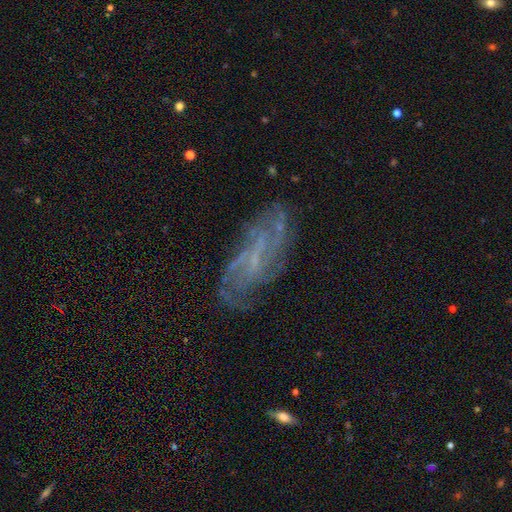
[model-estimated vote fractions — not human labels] A featured or disk galaxy (70%) with no bar (43%), medium (39%) spiral arms (85%) and no central bulge (45%).

Vote fractions:
- Smooth or featured? featured or disk: 70% / smooth: 16% / star or artifact: 14%
- Edge-on disk? no: 89% / yes: 11%
- Bar? no: 43% / weak: 41% / strong: 16%
- Spiral arms? yes: 85% / no: 15%
- Spiral winding? medium: 39% / tight: 38% / loose: 22%
- Spiral arm count? can't tell: 44% / 2: 18% / 3: 14% / 4: 11% / more than 4: 7% / 1: 6%
- Bulge size? none: 45% / small: 42% / moderate: 11% / large: 1% / dominant: 1%
- Merging? none: 72% / minor disturbance: 17% / major disturbance: 9% / merger: 2%